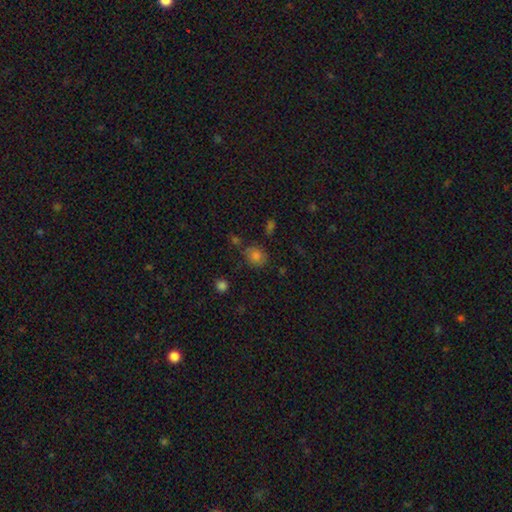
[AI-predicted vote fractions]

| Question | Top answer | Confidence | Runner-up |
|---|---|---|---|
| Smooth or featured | smooth | 77% | star or artifact (16%) |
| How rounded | round | 64% | in between (35%) |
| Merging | none | 71% | minor disturbance (16%) |